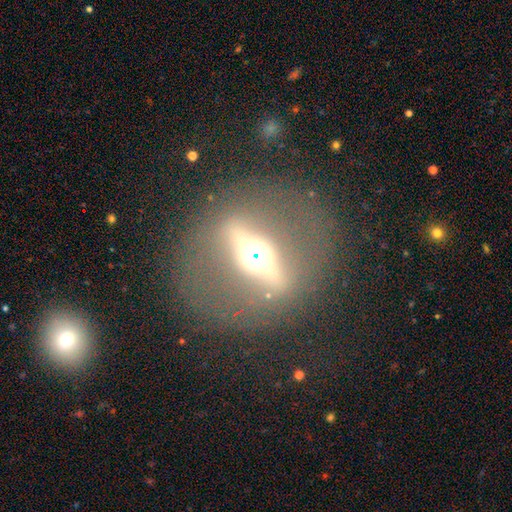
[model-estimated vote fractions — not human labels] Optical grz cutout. It shows a featured or disk galaxy (74%) viewed edge-on (64%). Merging: none (78%).